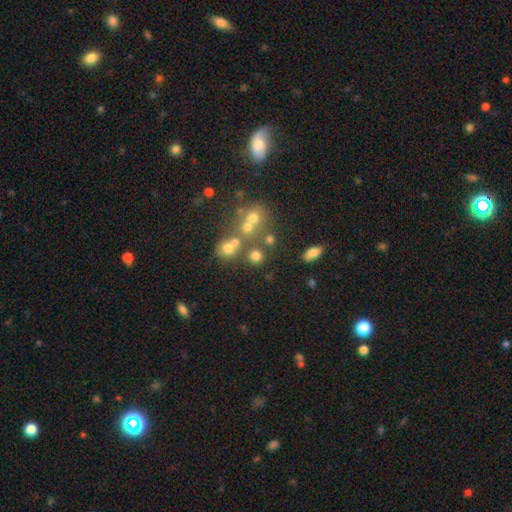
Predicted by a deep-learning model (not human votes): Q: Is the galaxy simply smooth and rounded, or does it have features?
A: smooth — 71%.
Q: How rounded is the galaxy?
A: round — 84%.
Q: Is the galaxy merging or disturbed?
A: none — 63%.